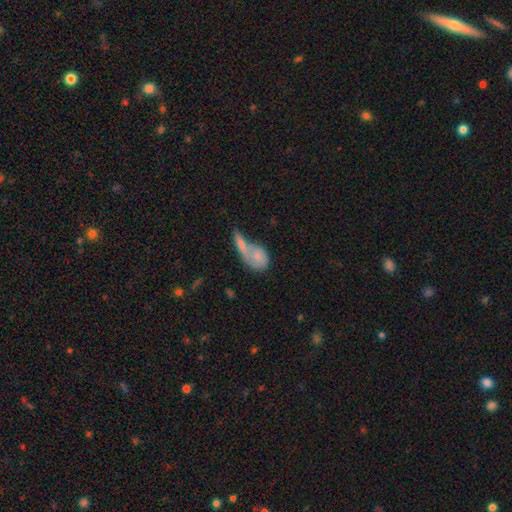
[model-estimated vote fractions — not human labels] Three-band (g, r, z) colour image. It shows a smooth galaxy with no disk features (69%) that is in between round and cigar-shaped (68%). Merging: merger (58%).